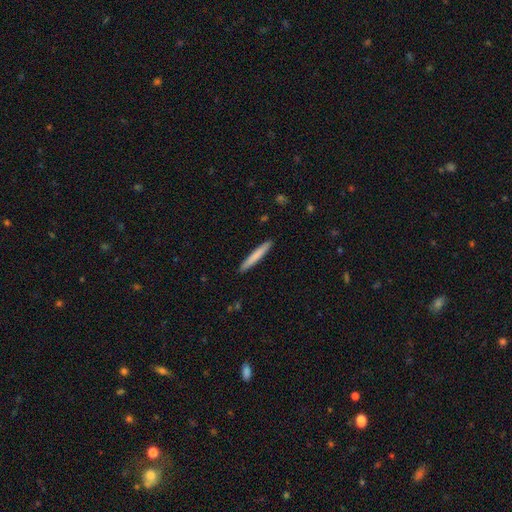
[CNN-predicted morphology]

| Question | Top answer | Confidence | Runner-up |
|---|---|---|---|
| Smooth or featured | smooth | 76% | featured or disk (18%) |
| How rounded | cigar-shaped | 96% | in between (3%) |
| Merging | none | 92% | minor disturbance (5%) |